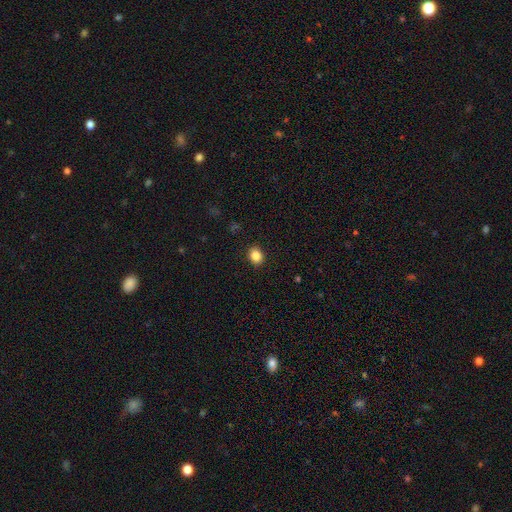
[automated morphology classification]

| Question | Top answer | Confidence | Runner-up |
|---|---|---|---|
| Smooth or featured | smooth | 86% | star or artifact (10%) |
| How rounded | round | 51% | in between (48%) |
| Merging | none | 91% | minor disturbance (6%) |